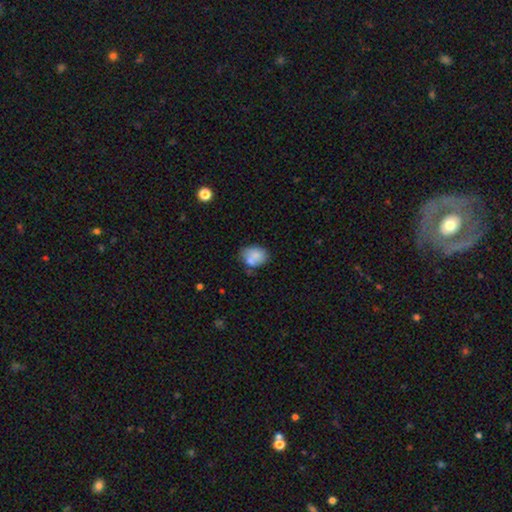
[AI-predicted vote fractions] Smooth or featured?
  - smooth: 74% *
  - featured or disk: 18%
  - star or artifact: 8%
How rounded?
  - in between: 62% *
  - round: 37%
  - cigar-shaped: 1%
Merging?
  - none: 49% *
  - minor disturbance: 22%
  - merger: 22%
  - major disturbance: 7%